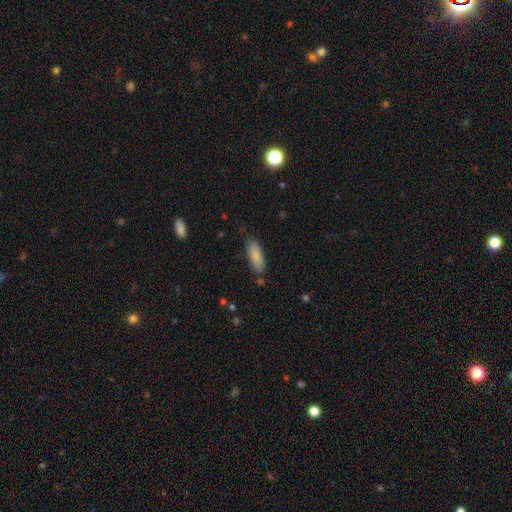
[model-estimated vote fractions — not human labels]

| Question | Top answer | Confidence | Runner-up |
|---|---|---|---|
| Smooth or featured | smooth | 84% | featured or disk (9%) |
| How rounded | in between | 69% | cigar-shaped (30%) |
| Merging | none | 75% | minor disturbance (19%) |